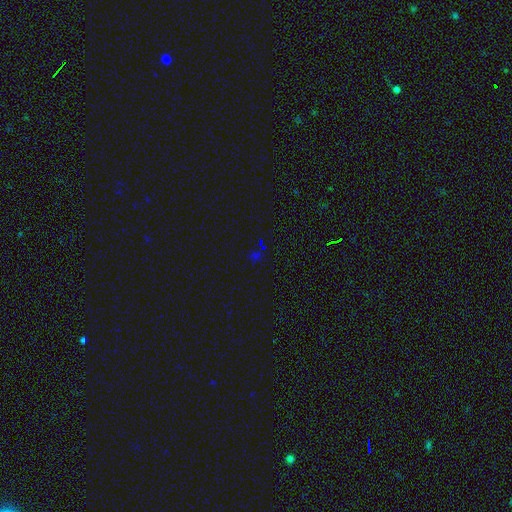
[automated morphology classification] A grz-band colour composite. It shows a star or artifact, not a galaxy (67%).